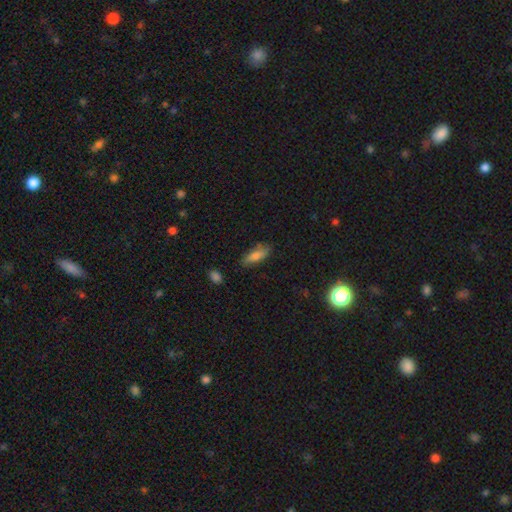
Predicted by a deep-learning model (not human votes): This appears to be a smooth galaxy with no disk features (74%) that is in between round and cigar-shaped (57%). Merging: none (76%).